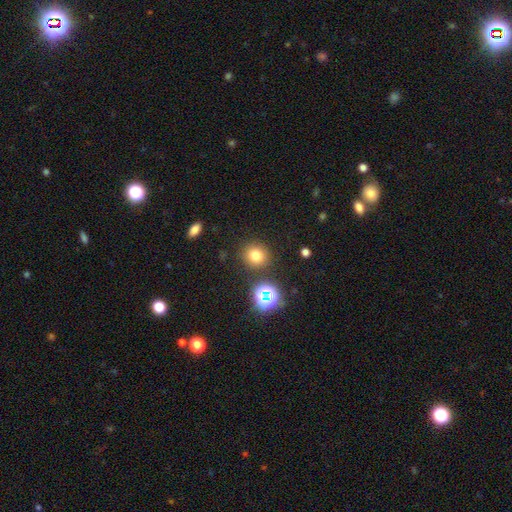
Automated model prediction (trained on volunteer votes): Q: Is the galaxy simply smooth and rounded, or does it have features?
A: smooth — 73%.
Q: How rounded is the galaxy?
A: round — 86%.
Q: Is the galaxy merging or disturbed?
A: none — 86%.